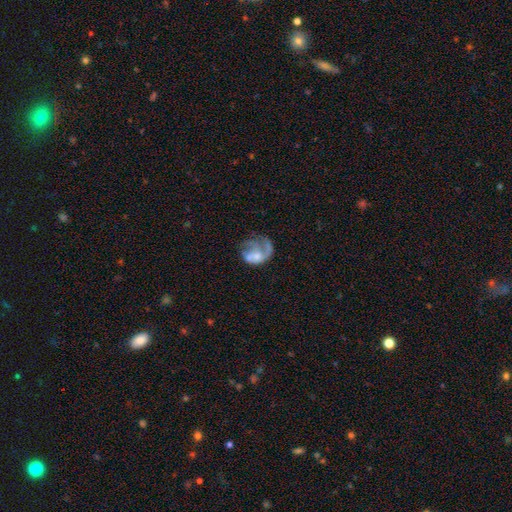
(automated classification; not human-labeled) Q: Smooth or featured?
A: featured or disk (55%); runner-up: smooth (36%)
Q: Edge-on disk?
A: no (98%); runner-up: yes (2%)
Q: Bar?
A: no (81%); runner-up: weak (16%)
Q: Spiral arms?
A: yes (51%); runner-up: no (49%)
Q: Bulge size?
A: moderate (38%); runner-up: small (31%)
Q: Merging?
A: major disturbance (46%); runner-up: none (27%)